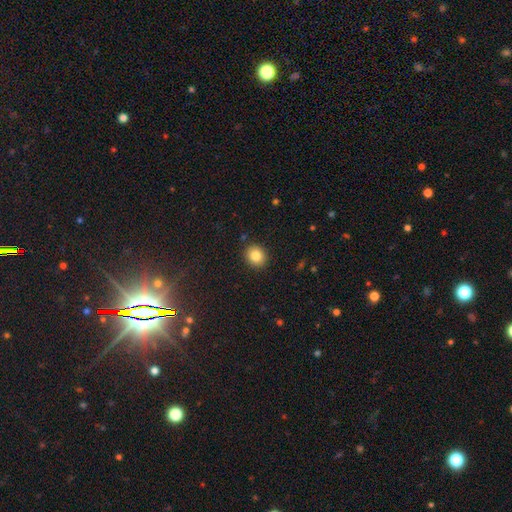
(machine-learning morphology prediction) Smooth or featured?
  - smooth: 83% *
  - star or artifact: 10%
  - featured or disk: 7%
How rounded?
  - round: 77% *
  - in between: 22%
  - cigar-shaped: 1%
Merging?
  - none: 91% *
  - minor disturbance: 6%
  - major disturbance: 2%
  - merger: 1%